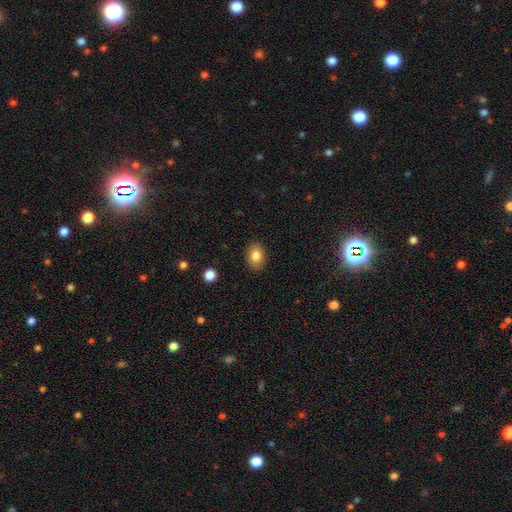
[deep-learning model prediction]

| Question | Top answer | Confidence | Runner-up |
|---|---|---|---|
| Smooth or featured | smooth | 84% | star or artifact (9%) |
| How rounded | in between | 76% | round (23%) |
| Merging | none | 88% | minor disturbance (8%) |